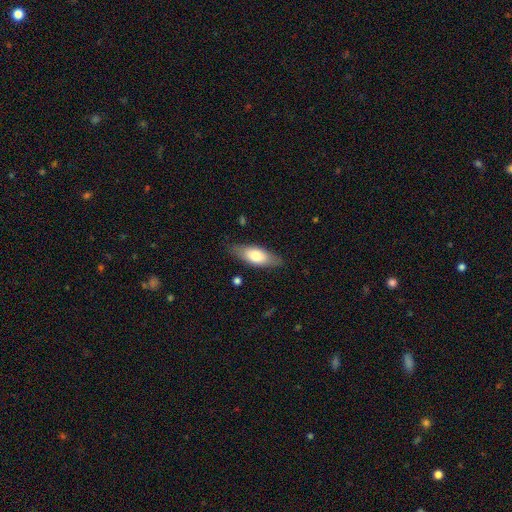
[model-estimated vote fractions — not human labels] Morphology: type=smooth (71%); roundness=in between (72%); merging=none (83%).